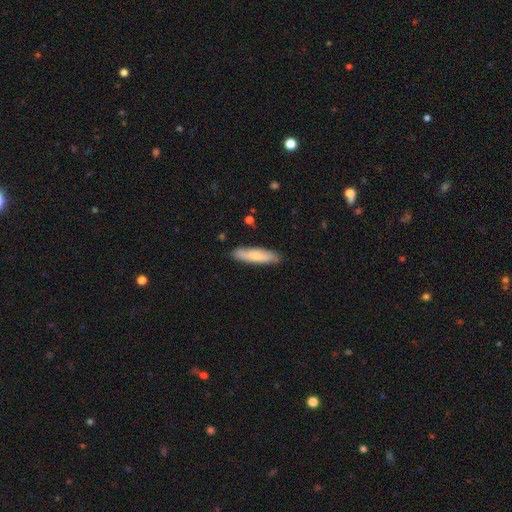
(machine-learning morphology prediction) Q: Smooth or featured?
A: smooth (73%); runner-up: featured or disk (21%)
Q: How rounded?
A: cigar-shaped (74%); runner-up: in between (25%)
Q: Merging?
A: none (85%); runner-up: minor disturbance (11%)